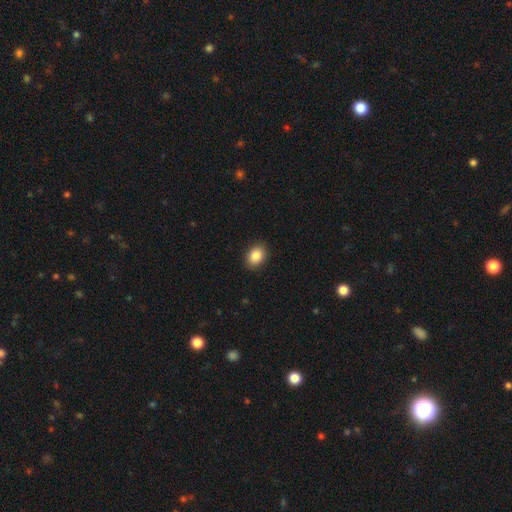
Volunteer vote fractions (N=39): A smooth galaxy with no disk features (85%) that is in between round and cigar-shaped (64%). Merging: none (86%).